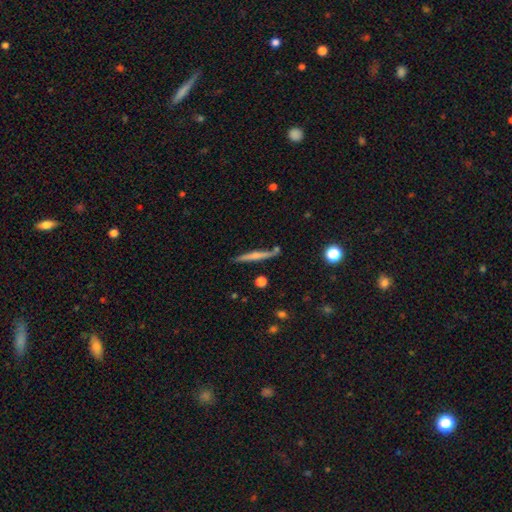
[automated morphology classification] type=smooth (50%); roundness=cigar-shaped (94%); merging=none (78%).